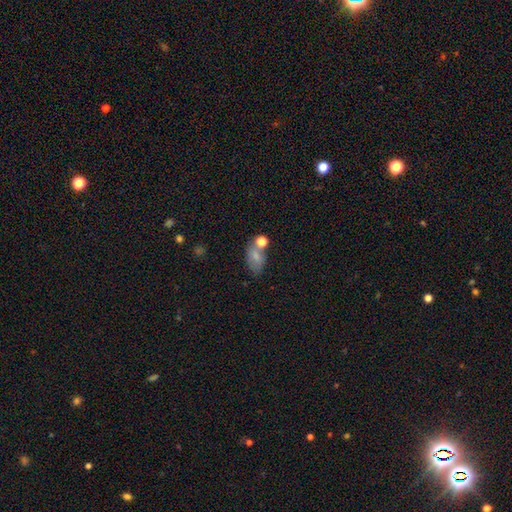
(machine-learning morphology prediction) A smooth galaxy with no disk features (71%) that is in between round and cigar-shaped (86%).

Vote fractions:
- Smooth or featured? smooth: 71% / featured or disk: 17% / star or artifact: 12%
- How rounded? in between: 86% / round: 11% / cigar-shaped: 2%
- Merging? none: 46% / merger: 27% / minor disturbance: 18% / major disturbance: 9%